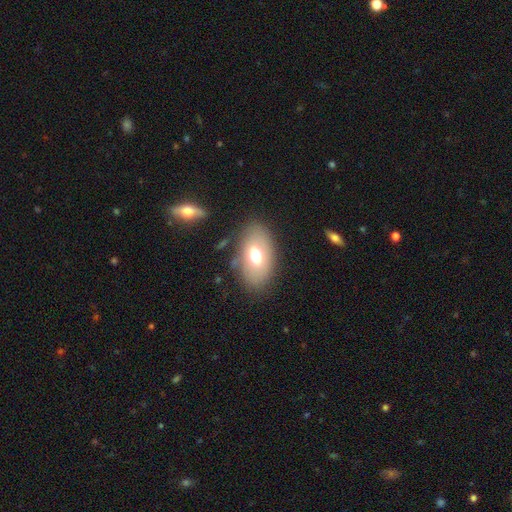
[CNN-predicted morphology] type=smooth (66%); roundness=in between (90%); merging=none (77%).